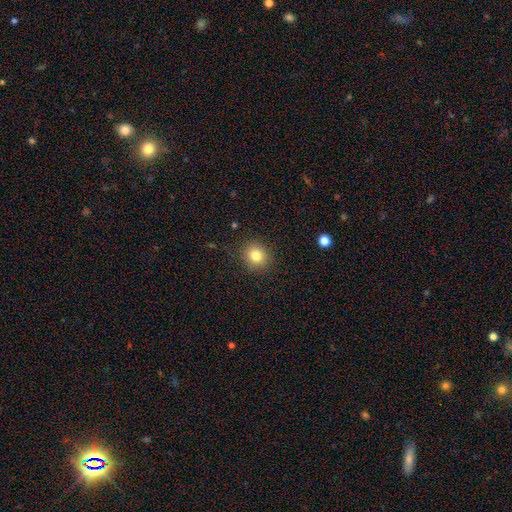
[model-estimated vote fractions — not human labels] Smooth or featured: smooth — 82% (star or artifact — 11%)
How rounded: round — 83% (in between — 16%)
Merging: none — 88% (minor disturbance — 8%)